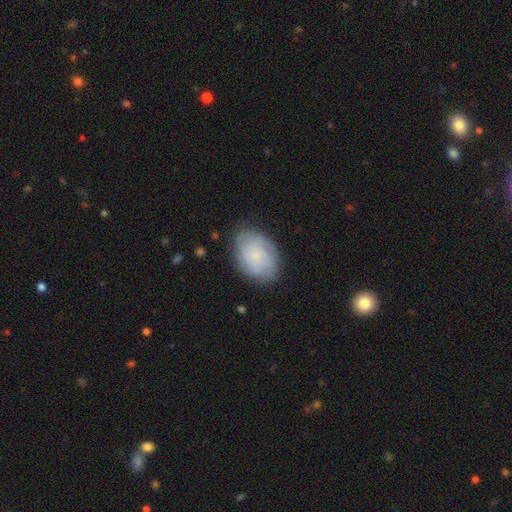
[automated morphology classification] Smooth or featured? smooth (48%)
Merging? none (78%)